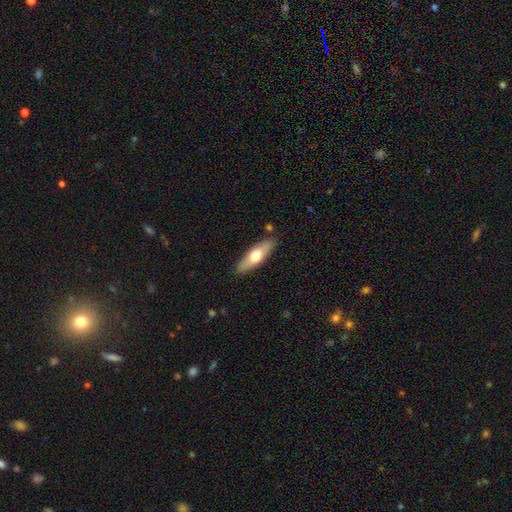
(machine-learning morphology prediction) A smooth galaxy with no disk features (58%) that is cigar-shaped (53%). Merging: none (87%).